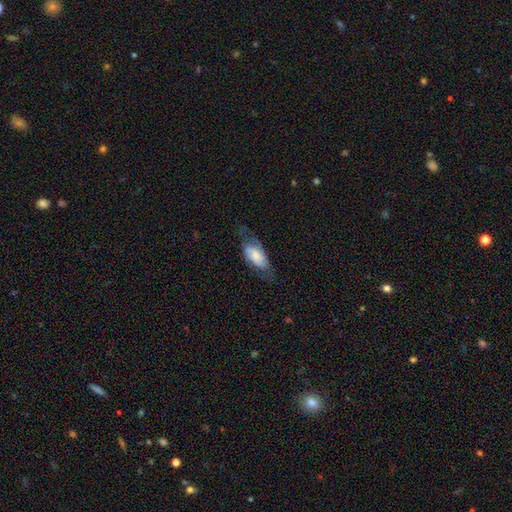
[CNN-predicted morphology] The model was most divided on "smooth or featured": smooth: 49%, featured or disk: 44%, star or artifact: 7%. More confident: merging — none (53%).